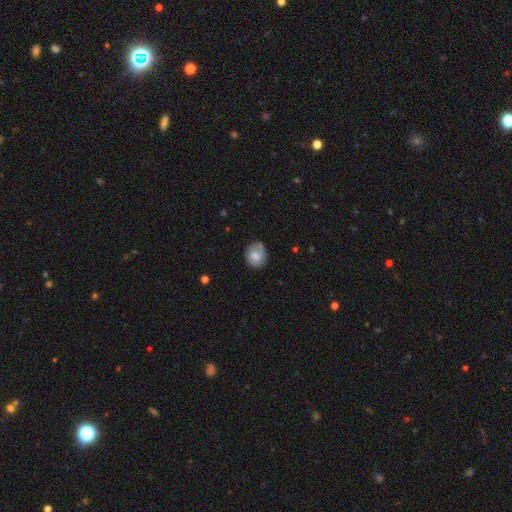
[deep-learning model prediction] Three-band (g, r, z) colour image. It shows a smooth galaxy with no disk features (71%) that is round (70%). Merging: none (69%).